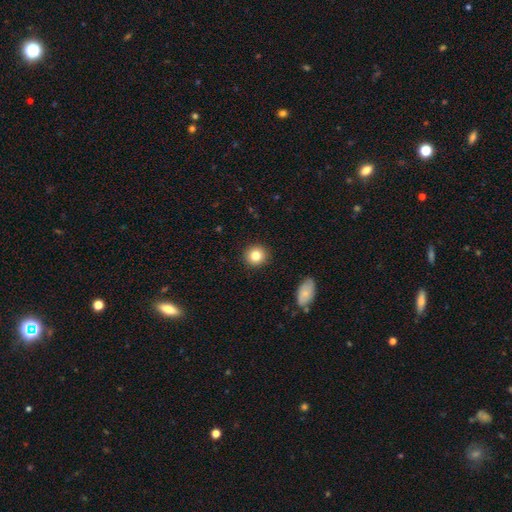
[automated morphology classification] A smooth galaxy with no disk features (83%) that is round (88%). Merging: none (91%).